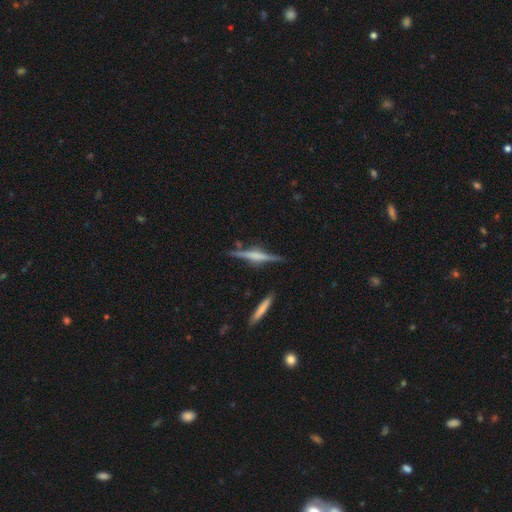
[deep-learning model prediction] Overall: featured or disk (74%). Edge-on disk: yes (98%). Edge-on bulge: rounded (49%; boxy 35%). Merging: none (84%).